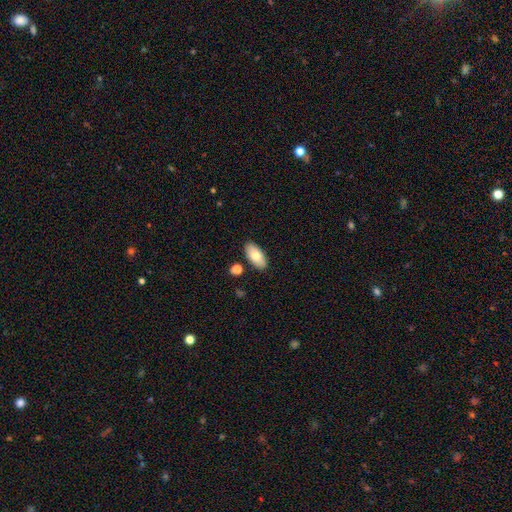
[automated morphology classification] This is likely a smooth galaxy (78%). How rounded: clearly in between (93%). Merging: clearly none (85%).